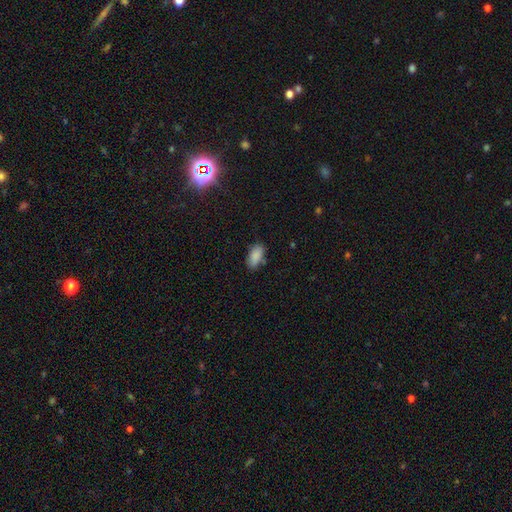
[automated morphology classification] Smooth or featured? smooth (88%)
How rounded? in between (91%)
Merging? none (77%)